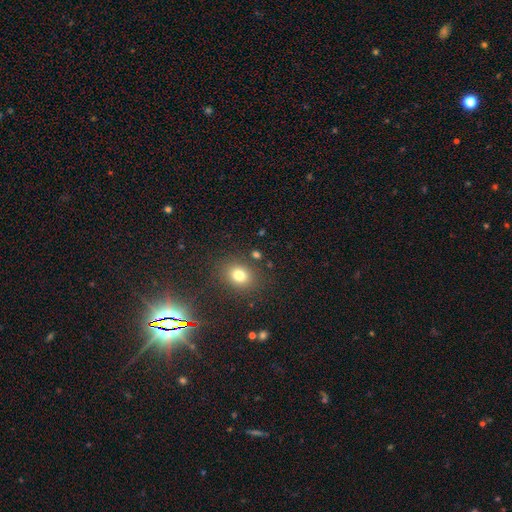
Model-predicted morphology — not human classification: Smooth or featured? smooth (62%)
How rounded? round (60%)
Merging? none (86%)